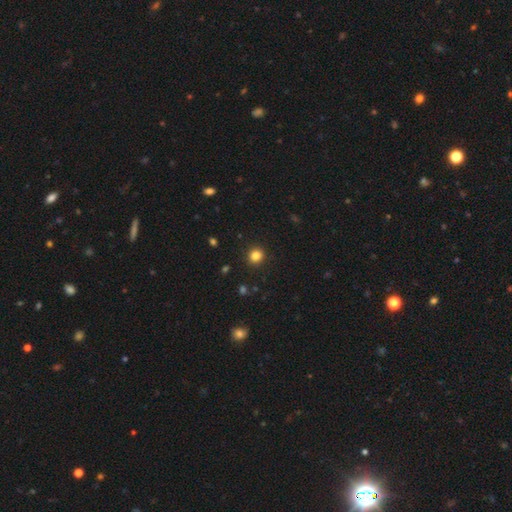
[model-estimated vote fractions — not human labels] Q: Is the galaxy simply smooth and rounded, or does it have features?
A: smooth — 83%.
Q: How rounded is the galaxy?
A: round — 87%.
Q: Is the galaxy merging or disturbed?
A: none — 92%.